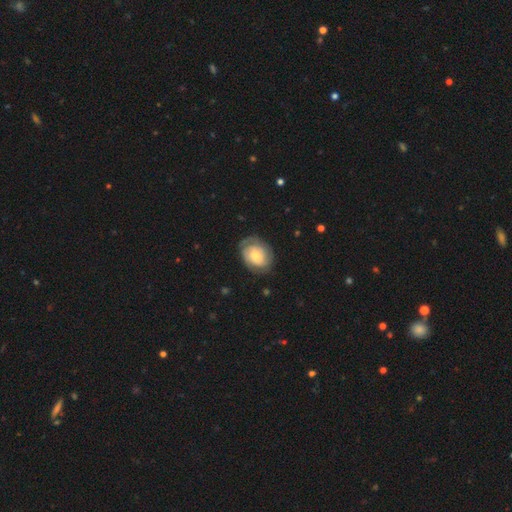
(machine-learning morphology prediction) This appears to be a featured or disk galaxy (57%) with no bar (77%), spiral arms (80%) and a moderate central bulge (48%). Merging: none (70%).